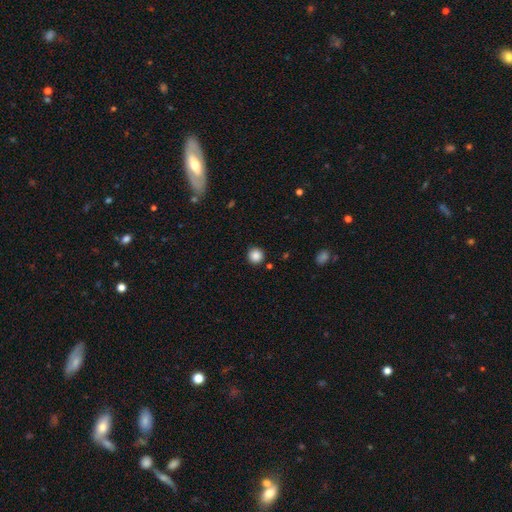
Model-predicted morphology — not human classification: This appears to be a smooth galaxy with no disk features (87%) that is round (94%). Merging: none (91%).